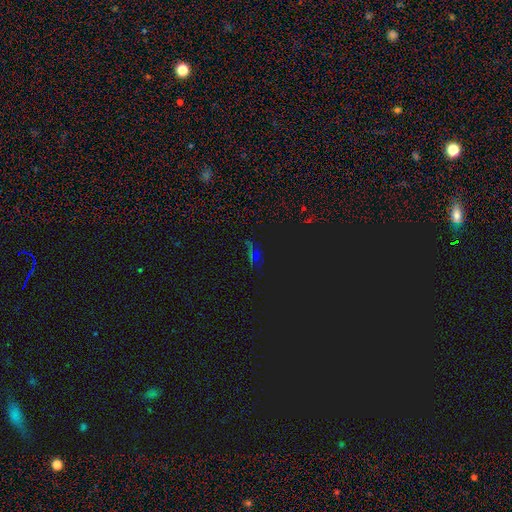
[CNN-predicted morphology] The model was most divided on "smooth or featured": star or artifact: 68%, smooth: 21%, featured or disk: 11%.